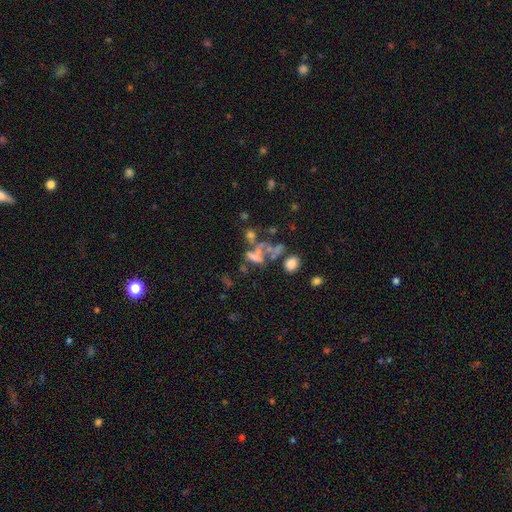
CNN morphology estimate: A featured or disk galaxy (40%).

Vote fractions:
- Smooth or featured? featured or disk: 40% / smooth: 39% / star or artifact: 20%
- Merging? merger: 39% / major disturbance: 25% / none: 24% / minor disturbance: 11%